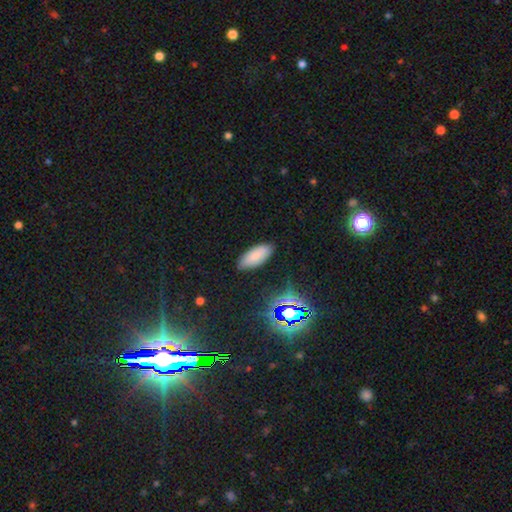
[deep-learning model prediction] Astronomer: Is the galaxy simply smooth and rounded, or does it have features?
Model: smooth — 79%.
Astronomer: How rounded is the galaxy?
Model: in between — 86%.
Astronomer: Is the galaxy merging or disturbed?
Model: none — 85%.